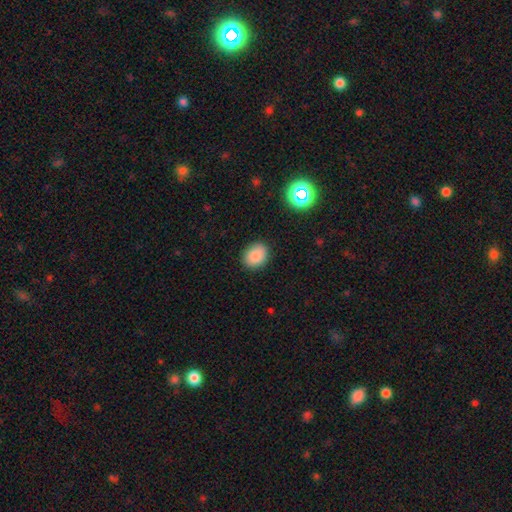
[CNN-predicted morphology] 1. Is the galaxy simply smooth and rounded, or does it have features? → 87% smooth, 9% star or artifact, 4% featured or disk.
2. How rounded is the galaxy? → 52% in between, 47% round, 1% cigar-shaped.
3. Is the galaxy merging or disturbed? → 86% none, 10% minor disturbance, 2% major disturbance, 1% merger.